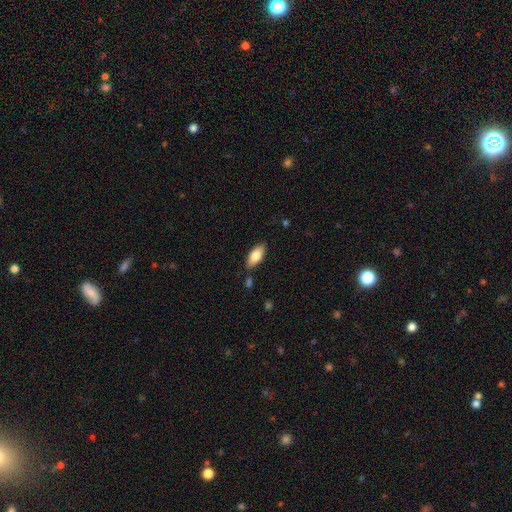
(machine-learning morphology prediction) This is likely a smooth galaxy (78%). How rounded: clearly in between (85%). Merging: clearly none (83%).